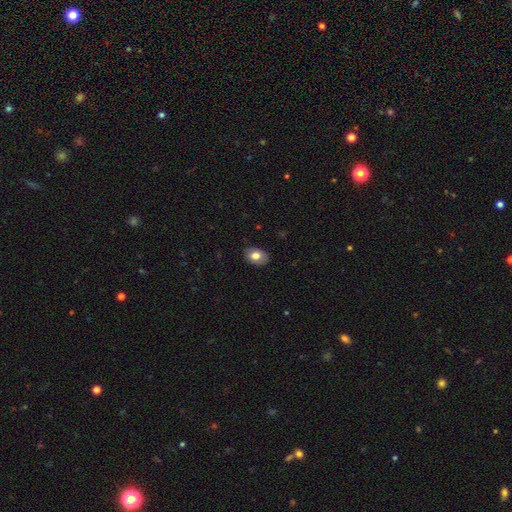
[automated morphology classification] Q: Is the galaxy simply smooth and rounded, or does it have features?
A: smooth — 78%.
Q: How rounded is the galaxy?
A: in between — 79%.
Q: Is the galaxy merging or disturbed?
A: none — 84%.